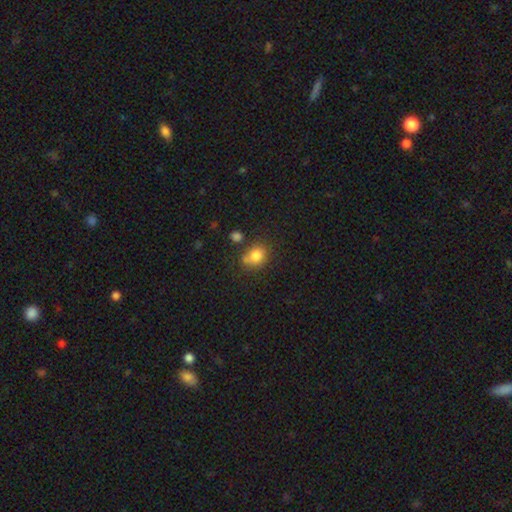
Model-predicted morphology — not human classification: The model was most divided on "how rounded": round: 66%, in between: 33%, cigar-shaped: 1%. More confident: smooth or featured — smooth (81%); merging — none (59%).